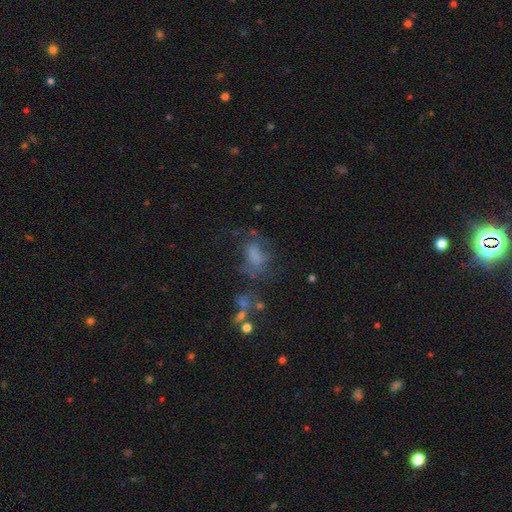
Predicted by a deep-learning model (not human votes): Smooth or featured?
  - smooth: 47% *
  - featured or disk: 35%
  - star or artifact: 18%
Merging?
  - none: 37% *
  - major disturbance: 36%
  - minor disturbance: 21%
  - merger: 6%